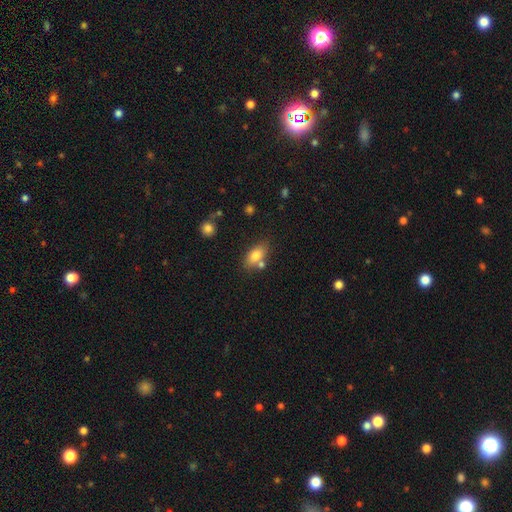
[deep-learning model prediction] Q: Smooth or featured?
A: smooth (78%); runner-up: featured or disk (13%)
Q: How rounded?
A: in between (87%); runner-up: round (7%)
Q: Merging?
A: none (65%); runner-up: merger (17%)